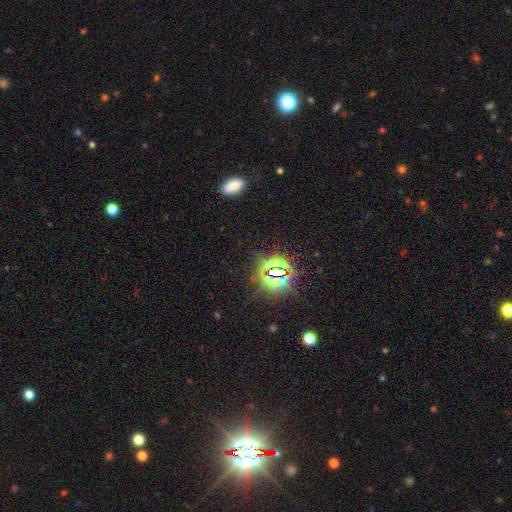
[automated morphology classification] This is likely a star or artifact rather than a galaxy (79%).